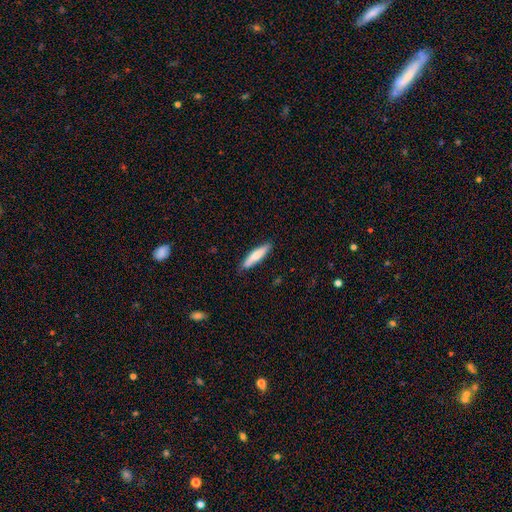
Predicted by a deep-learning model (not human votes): Smooth or featured? Predicted: smooth (p=0.67). How rounded? Predicted: cigar-shaped (p=0.81). Merging? Predicted: none (p=0.86).